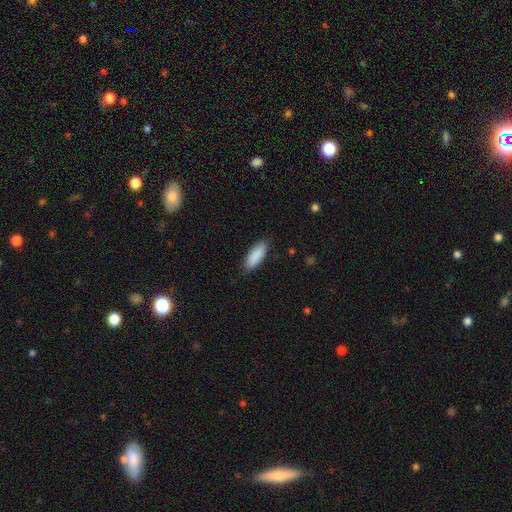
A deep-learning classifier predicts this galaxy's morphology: Smooth or featured?
  - smooth: 90% *
  - star or artifact: 5%
  - featured or disk: 4%
How rounded?
  - in between: 70% *
  - cigar-shaped: 28%
  - round: 2%
Merging?
  - none: 85% *
  - minor disturbance: 12%
  - major disturbance: 2%
  - merger: 1%